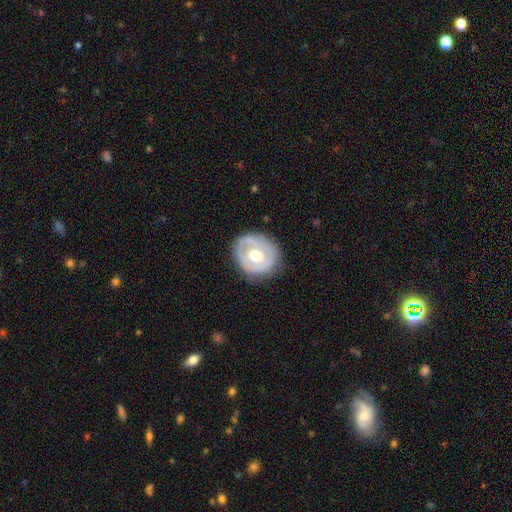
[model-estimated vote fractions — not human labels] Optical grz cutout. It shows a featured or disk galaxy (58%) with no bar (70%), no spiral arms (73%) and a moderate central bulge (71%). Merging: none (75%).